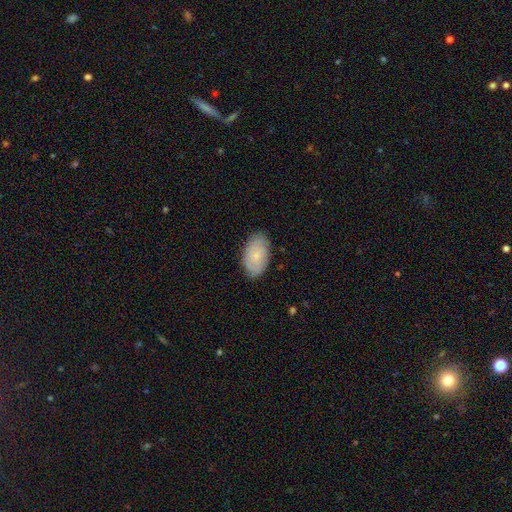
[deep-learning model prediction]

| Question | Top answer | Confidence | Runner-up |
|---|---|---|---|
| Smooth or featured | smooth | 63% | featured or disk (30%) |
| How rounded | in between | 93% | round (6%) |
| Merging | none | 81% | minor disturbance (15%) |